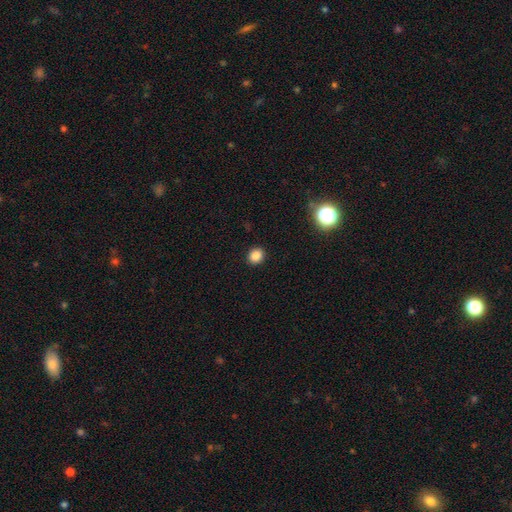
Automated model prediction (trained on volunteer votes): Smooth or featured? smooth (85%)
How rounded? round (76%)
Merging? none (91%)